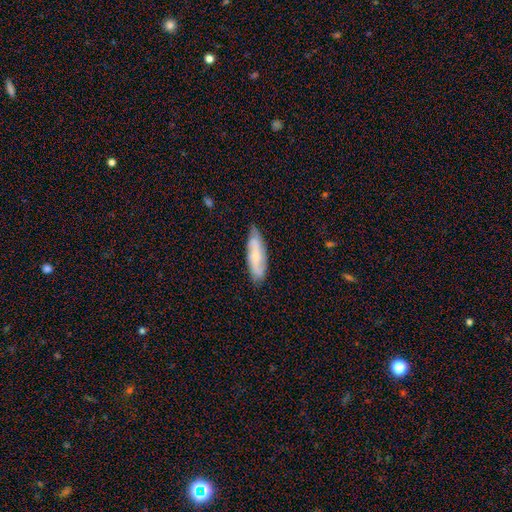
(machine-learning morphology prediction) smooth_or_featured: featured or disk (p=0.48) [alt: smooth p=0.46]
merging: none (p=0.77) [alt: minor disturbance p=0.19]